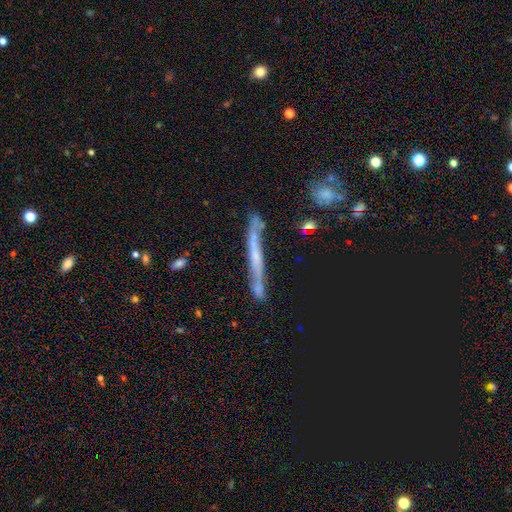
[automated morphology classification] smooth_or_featured: featured or disk (p=0.59) [alt: smooth p=0.29]
disk_edge_on: yes (p=0.86) [alt: no p=0.14]
edge_on_bulge: none (p=0.70) [alt: rounded p=0.21]
merging: none (p=0.72) [alt: minor disturbance p=0.19]